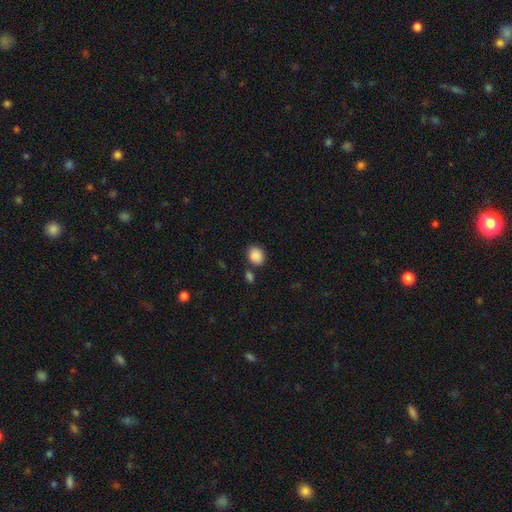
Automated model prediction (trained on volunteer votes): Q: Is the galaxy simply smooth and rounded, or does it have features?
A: smooth — 88%.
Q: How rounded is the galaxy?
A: round — 52%.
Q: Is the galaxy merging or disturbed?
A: none — 74%.